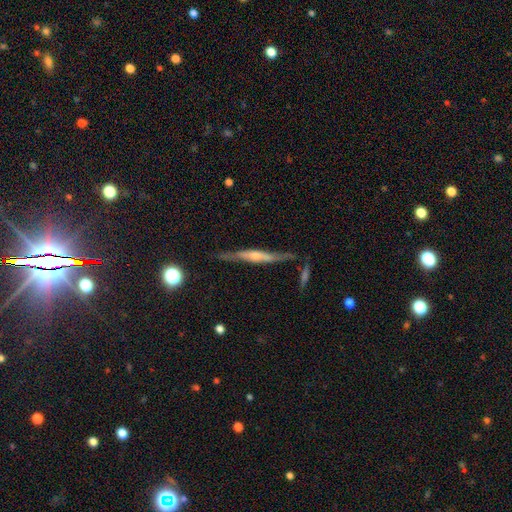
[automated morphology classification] Smooth or featured: featured or disk — 70% (smooth — 23%)
Edge-on disk: yes — 94% (no — 6%)
Edge-on bulge: rounded — 67% (none — 20%)
Merging: none — 77% (minor disturbance — 15%)